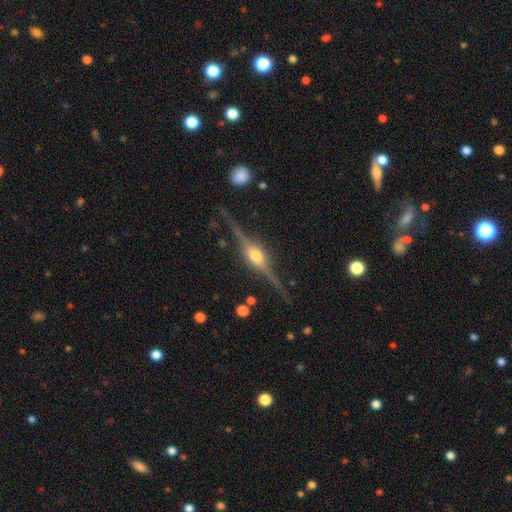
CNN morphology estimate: Smooth or featured?
  - featured or disk: 89% *
  - smooth: 6%
  - star or artifact: 5%
Edge-on disk?
  - yes: 98% *
  - no: 2%
Edge-on bulge?
  - rounded: 93% *
  - boxy: 5%
  - none: 2%
Merging?
  - none: 86% *
  - minor disturbance: 10%
  - major disturbance: 2%
  - merger: 2%